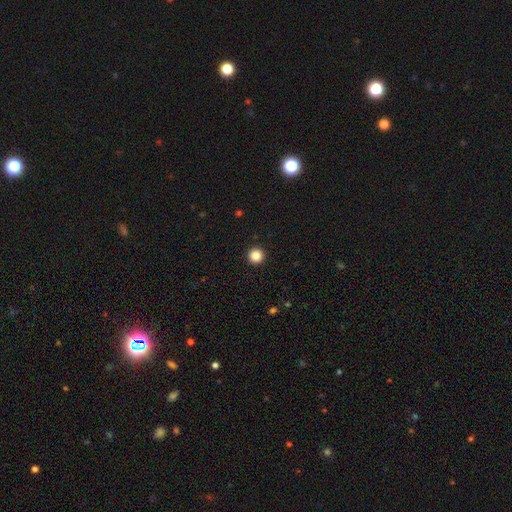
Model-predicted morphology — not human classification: Q: Smooth or featured?
A: smooth (87%); runner-up: star or artifact (10%)
Q: How rounded?
A: round (97%); runner-up: in between (2%)
Q: Merging?
A: none (94%); runner-up: minor disturbance (4%)